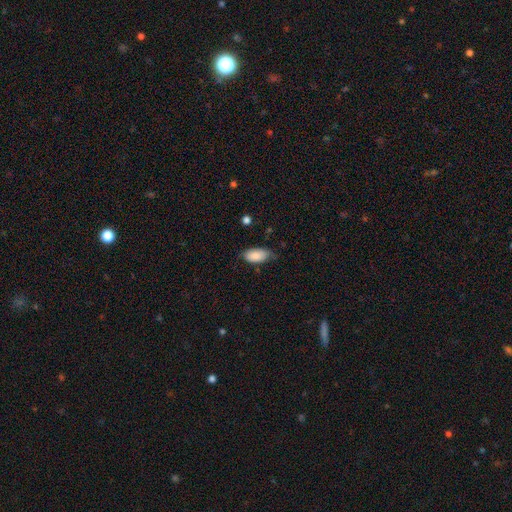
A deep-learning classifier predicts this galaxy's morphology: Smooth or featured?
  - smooth: 86% *
  - featured or disk: 8%
  - star or artifact: 7%
How rounded?
  - in between: 93% *
  - cigar-shaped: 4%
  - round: 3%
Merging?
  - none: 62% *
  - minor disturbance: 31%
  - major disturbance: 6%
  - merger: 2%